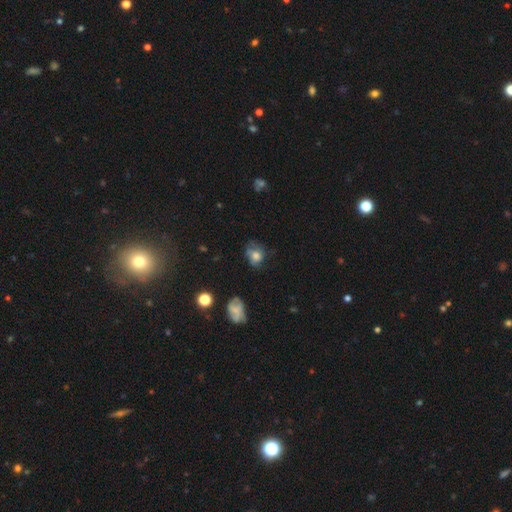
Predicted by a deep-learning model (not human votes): smooth_or_featured: smooth (p=0.59) [alt: featured or disk p=0.29]
how_rounded: round (p=0.51) [alt: in between p=0.47]
merging: none (p=0.47) [alt: minor disturbance p=0.28]